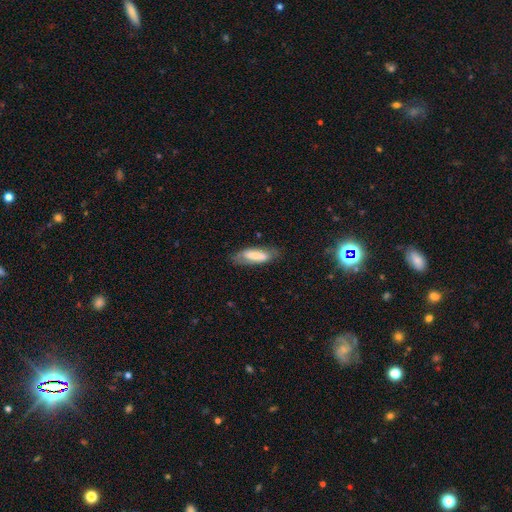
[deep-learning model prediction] Morphology: type=smooth (61%); roundness=in between (58%); merging=none (70%).